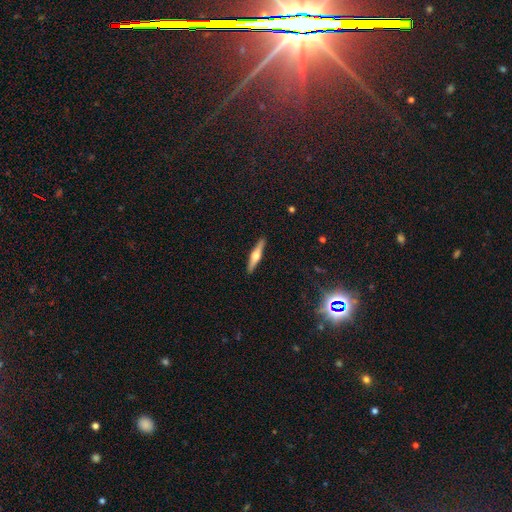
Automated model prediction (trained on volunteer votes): A featured or disk galaxy (61%) viewed edge-on (97%) with a rounded central bulge (92%).

Vote fractions:
- Smooth or featured? featured or disk: 61% / smooth: 33% / star or artifact: 6%
- Edge-on disk? yes: 97% / no: 3%
- Edge-on bulge? rounded: 92% / boxy: 5% / none: 4%
- Merging? none: 91% / minor disturbance: 6% / major disturbance: 1% / merger: 1%